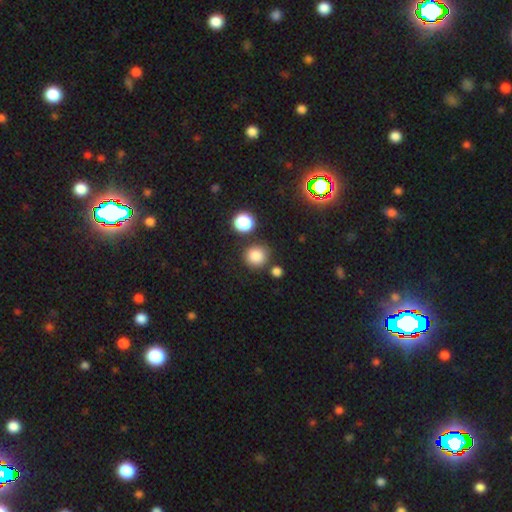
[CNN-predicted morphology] This appears to be a smooth galaxy with no disk features (83%) that is round (90%). Merging: none (78%).